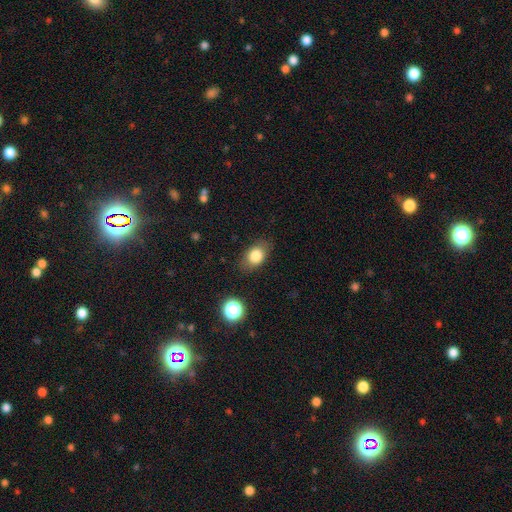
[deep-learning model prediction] This appears to be a smooth galaxy with no disk features (82%) that is in between round and cigar-shaped (77%). Merging: none (80%).